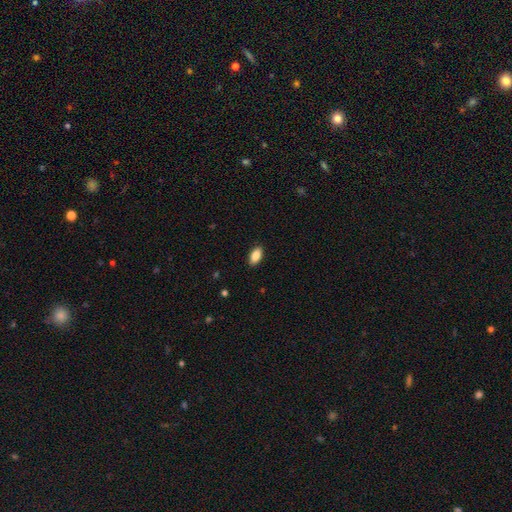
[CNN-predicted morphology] Smooth or featured: smooth — 87% (star or artifact — 7%)
How rounded: in between — 91% (cigar-shaped — 5%)
Merging: none — 89% (minor disturbance — 8%)